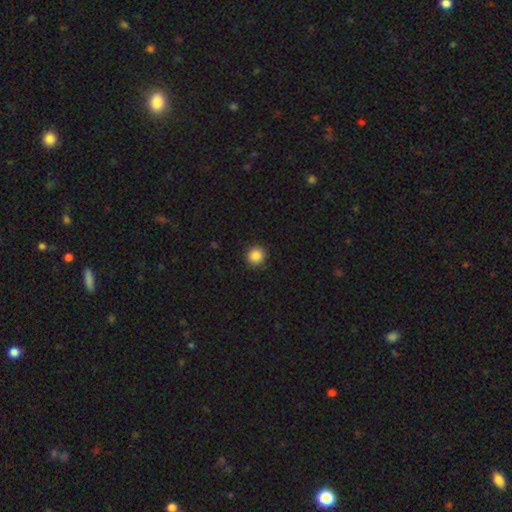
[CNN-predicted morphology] smooth 87%, star or artifact 10%, featured or disk 3%. Down the decision tree: how rounded — round (93%); merging — none (91%).